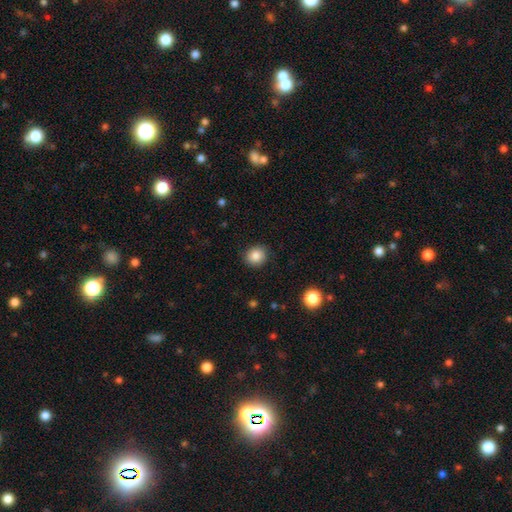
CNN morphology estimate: smooth 85%, star or artifact 9%, featured or disk 5%. Down the decision tree: how rounded — round (83%); merging — none (88%).